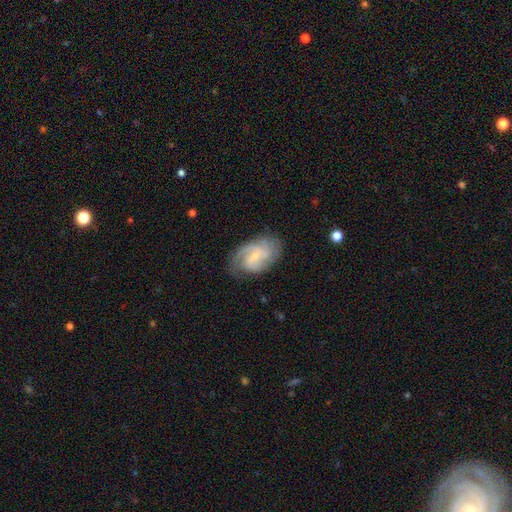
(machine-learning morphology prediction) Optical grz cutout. It shows a featured or disk galaxy (76%) with a weak bar (49%), 2 (45%) medium (47%) spiral arms (94%) and a small central bulge (70%). Merging: none (69%).